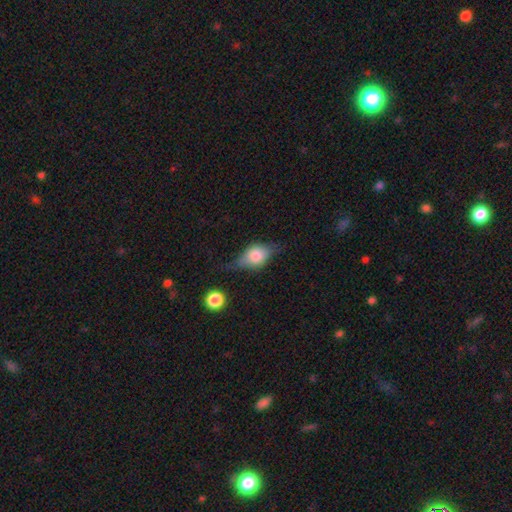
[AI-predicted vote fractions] Smooth or featured? smooth (51%)
How rounded? in between (65%)
Merging? none (53%)